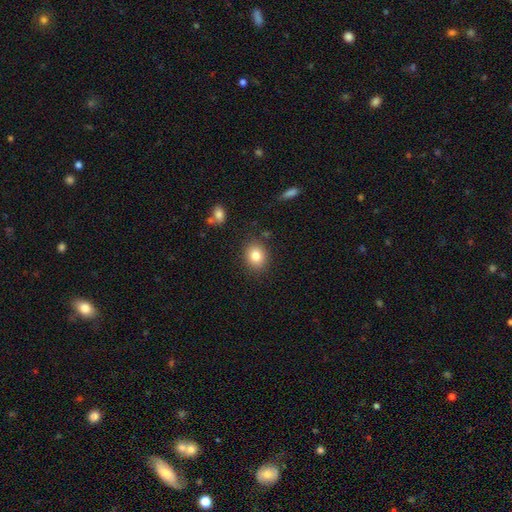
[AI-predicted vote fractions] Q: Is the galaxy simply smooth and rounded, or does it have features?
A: smooth — 82%.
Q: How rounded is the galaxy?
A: round — 57%.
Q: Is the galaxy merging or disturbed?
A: none — 85%.